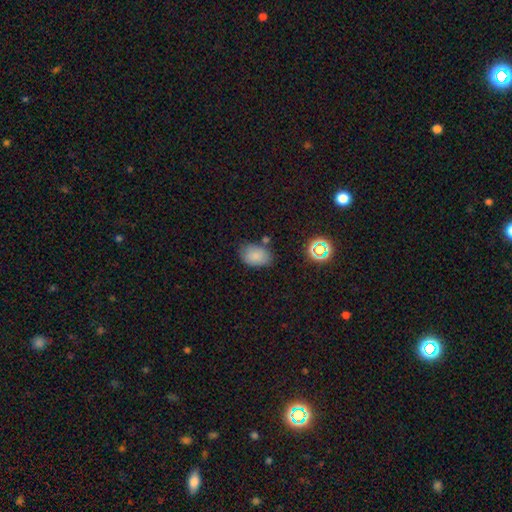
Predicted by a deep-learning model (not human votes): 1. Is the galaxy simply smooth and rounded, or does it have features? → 82% smooth, 12% star or artifact, 7% featured or disk.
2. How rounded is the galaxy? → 85% in between, 14% round, 1% cigar-shaped.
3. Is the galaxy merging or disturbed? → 71% none, 19% minor disturbance, 6% merger, 4% major disturbance.